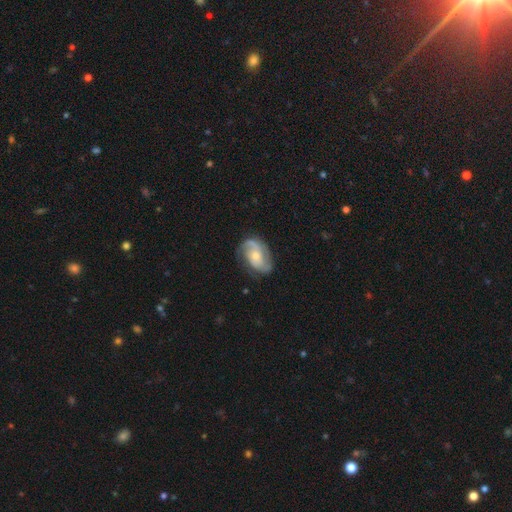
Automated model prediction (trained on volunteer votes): A featured or disk galaxy (75%) with no bar (64%), 2 (71%) medium (45%) spiral arms (91%) and a moderate central bulge (51%). Merging: none (68%).